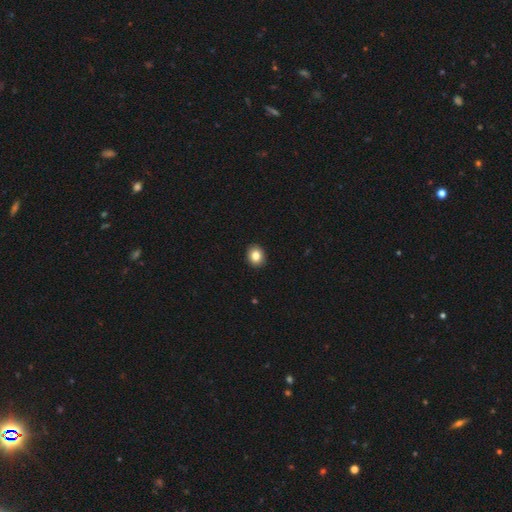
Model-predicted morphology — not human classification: smooth_or_featured: smooth (p=0.84) [alt: star or artifact p=0.09]
how_rounded: round (p=0.61) [alt: in between p=0.38]
merging: none (p=0.92) [alt: minor disturbance p=0.06]